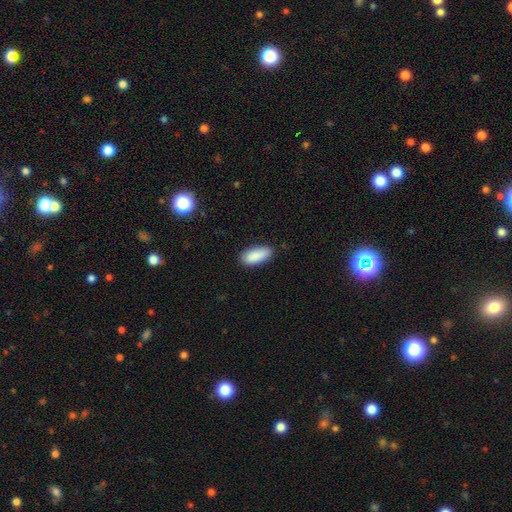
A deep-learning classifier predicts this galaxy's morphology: The model was most divided on "merging": none: 84%, minor disturbance: 12%, major disturbance: 2%, merger: 1%. More confident: smooth or featured — smooth (90%); how rounded — in between (87%).